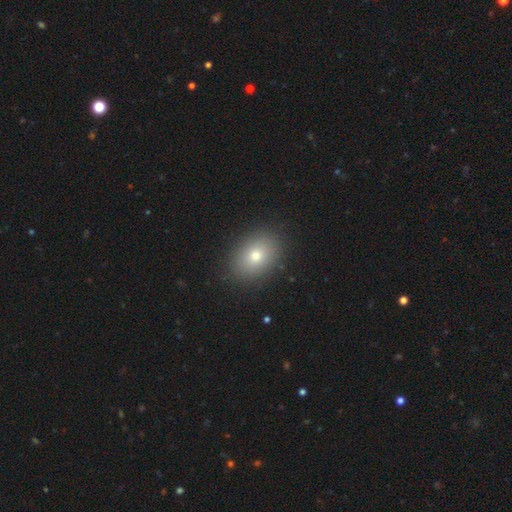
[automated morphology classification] The model was most divided on "how rounded": in between: 71%, round: 28%, cigar-shaped: 1%. More confident: merging — none (89%); smooth or featured — smooth (76%).